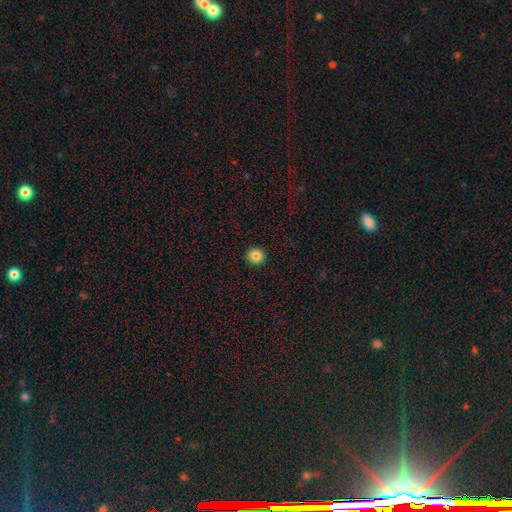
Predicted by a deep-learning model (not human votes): Smooth or featured?
  - smooth: 85% *
  - star or artifact: 10%
  - featured or disk: 5%
How rounded?
  - round: 91% *
  - in between: 8%
  - cigar-shaped: 1%
Merging?
  - none: 93% *
  - minor disturbance: 5%
  - major disturbance: 2%
  - merger: 1%